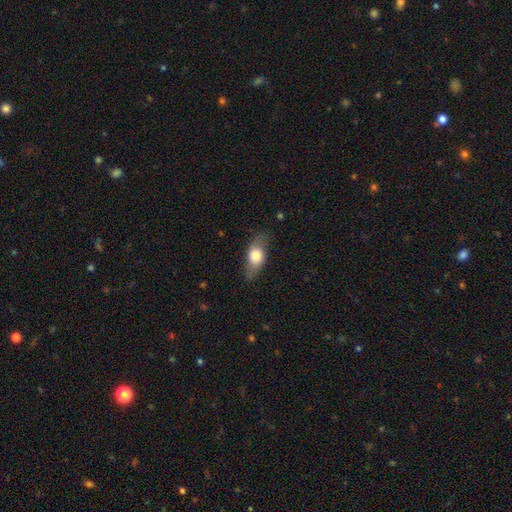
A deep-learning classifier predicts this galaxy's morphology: smooth-or-featured: smooth: 65% | featured or disk: 28% | star or artifact: 7%
  how-rounded: in between: 76% | round: 12% | cigar-shaped: 12%
  merging: none: 73% | minor disturbance: 19% | major disturbance: 7% | merger: 1%